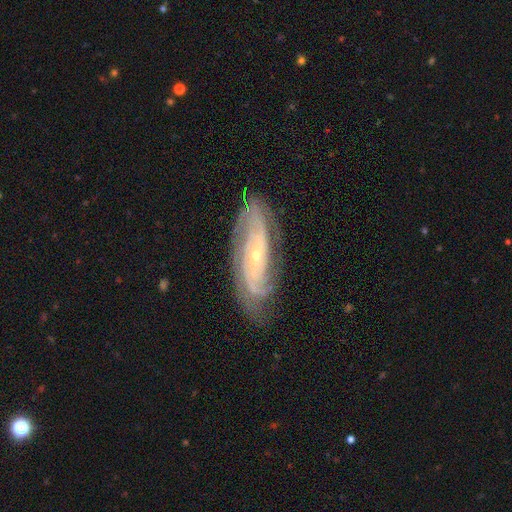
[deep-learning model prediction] featured or disk 85%, smooth 9%, star or artifact 6%. Down the decision tree: edge-on disk — no (89%); bar — no (71%); spiral arms — yes (96%); spiral arm count — can't tell (31%); spiral winding — tight (67%); bulge size — small (78%); merging — none (78%).